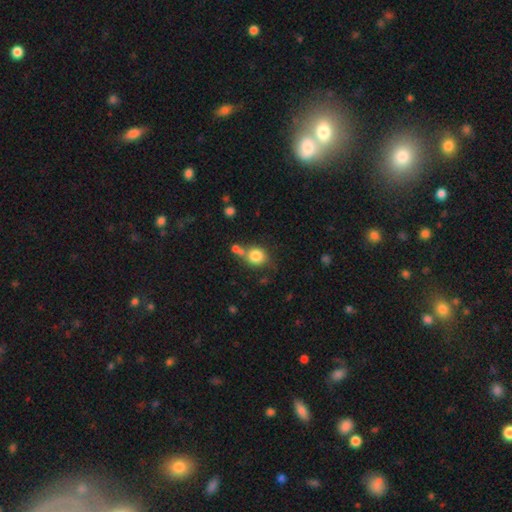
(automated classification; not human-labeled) Overall: smooth (81%). How rounded: round (82%). Merging: none (52%; merger 27%).